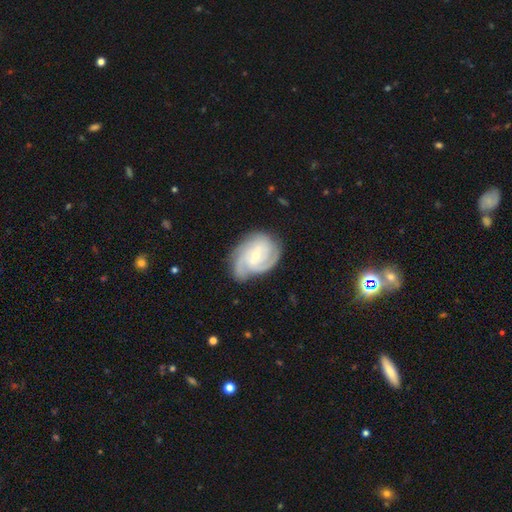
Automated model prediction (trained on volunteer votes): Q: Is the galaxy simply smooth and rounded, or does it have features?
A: featured or disk — 86%.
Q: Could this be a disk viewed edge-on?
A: no — 98%.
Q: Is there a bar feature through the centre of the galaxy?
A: weak — 47%.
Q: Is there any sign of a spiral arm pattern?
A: yes — 97%.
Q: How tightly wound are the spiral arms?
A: tight — 60%.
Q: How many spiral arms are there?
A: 3 — 42%.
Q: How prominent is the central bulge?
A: small — 67%.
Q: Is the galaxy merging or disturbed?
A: none — 71%.